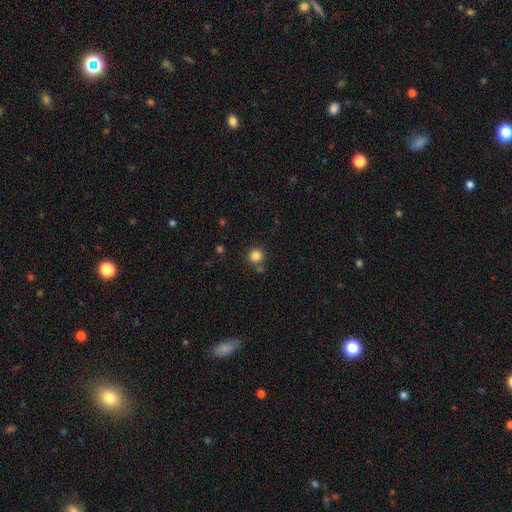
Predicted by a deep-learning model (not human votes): A smooth galaxy with no disk features (84%) that is round (93%).

Vote fractions:
- Smooth or featured? smooth: 84% / star or artifact: 12% / featured or disk: 5%
- How rounded? round: 93% / in between: 6% / cigar-shaped: 1%
- Merging? none: 79% / merger: 10% / minor disturbance: 8% / major disturbance: 3%